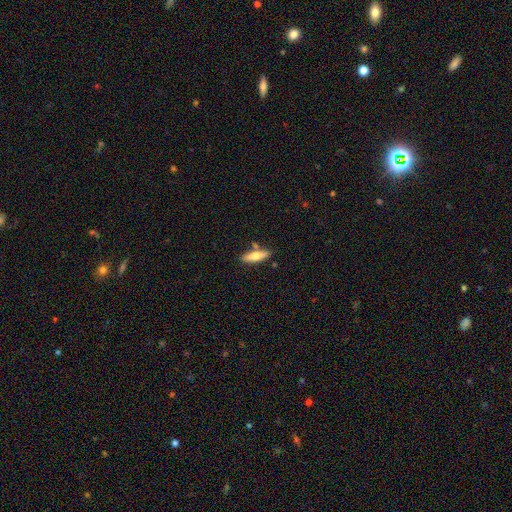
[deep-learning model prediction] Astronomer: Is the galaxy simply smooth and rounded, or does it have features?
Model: smooth — 68%.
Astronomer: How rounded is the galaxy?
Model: cigar-shaped — 58% (runner-up: in between, 40%).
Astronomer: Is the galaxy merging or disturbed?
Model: none — 78%.